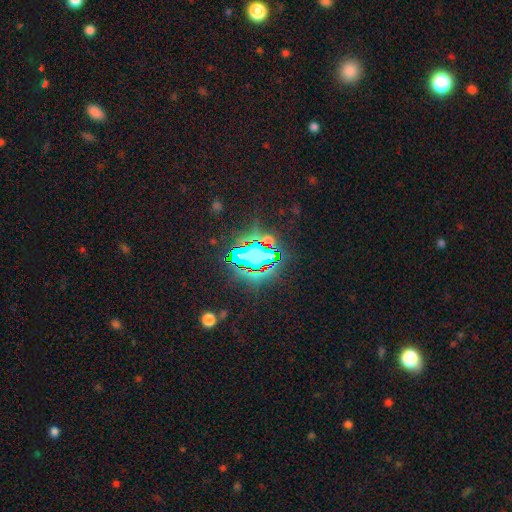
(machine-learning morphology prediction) Smooth or featured? star or artifact (69%)